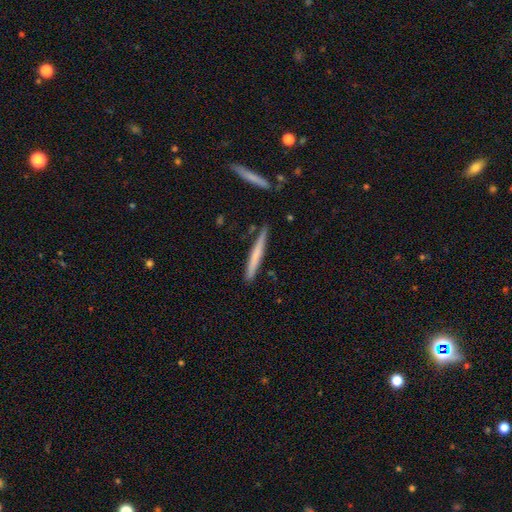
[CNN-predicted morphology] Q: Smooth or featured?
A: smooth (61%); runner-up: featured or disk (34%)
Q: How rounded?
A: cigar-shaped (97%); runner-up: in between (2%)
Q: Merging?
A: none (85%); runner-up: minor disturbance (10%)